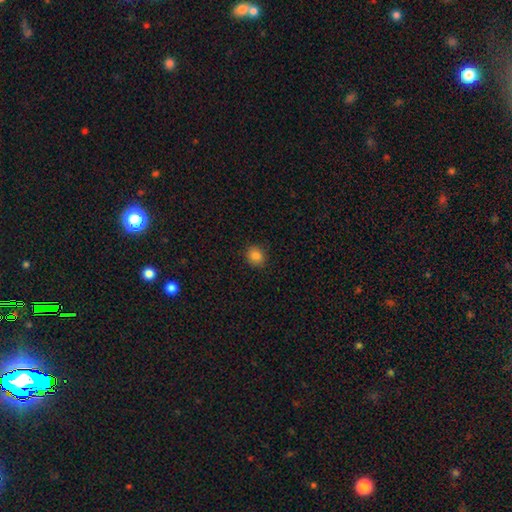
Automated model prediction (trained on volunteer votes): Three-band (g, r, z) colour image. It shows a smooth galaxy with no disk features (83%) that is round (81%). Merging: none (90%).